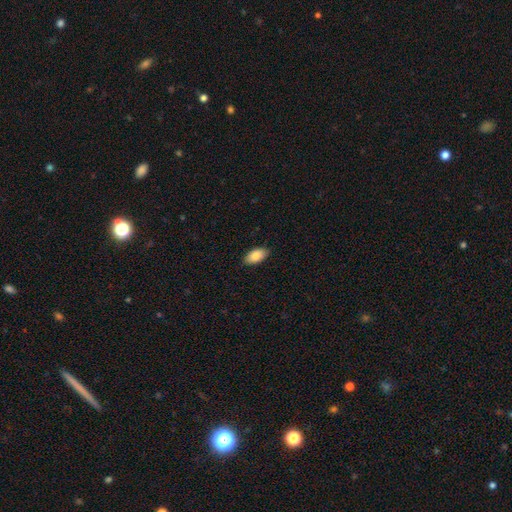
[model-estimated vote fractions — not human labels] smooth_or_featured: smooth (p=0.86) [alt: featured or disk p=0.08]
how_rounded: in between (p=0.94) [alt: round p=0.03]
merging: none (p=0.87) [alt: minor disturbance p=0.10]